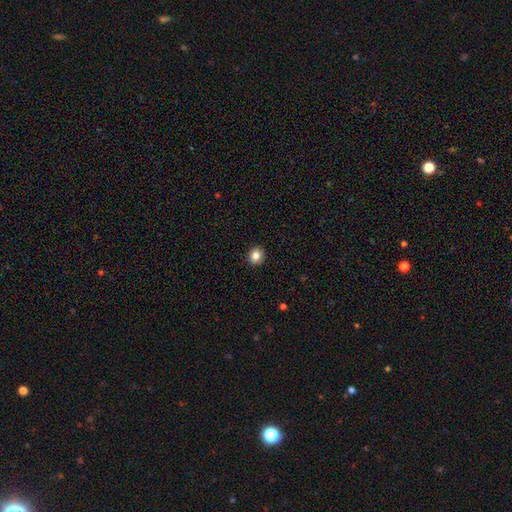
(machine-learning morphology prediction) smooth-or-featured: smooth: 85% | star or artifact: 10% | featured or disk: 5%
  how-rounded: round: 80% | in between: 19% | cigar-shaped: 1%
  merging: none: 92% | minor disturbance: 6% | major disturbance: 2% | merger: 1%